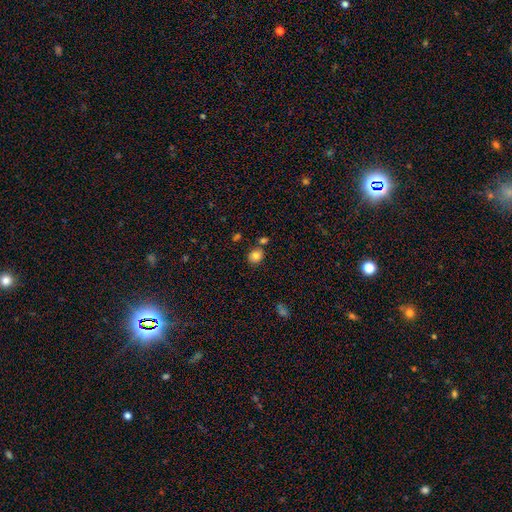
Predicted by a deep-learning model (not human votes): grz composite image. It shows a smooth galaxy with no disk features (82%) that is round (68%). Merging: none (74%).